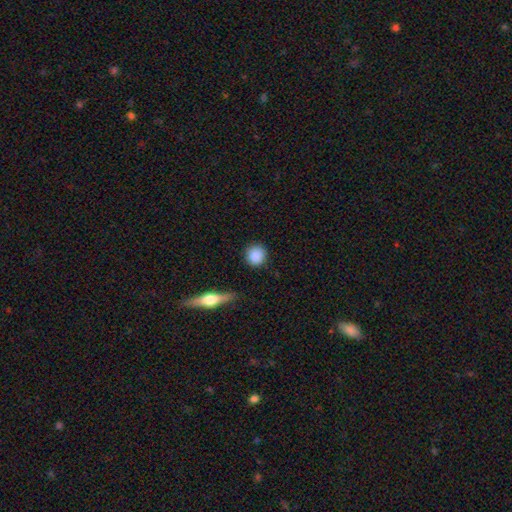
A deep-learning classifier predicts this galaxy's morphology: Overall: smooth (87%). How rounded: round (88%). Merging: none (85%).